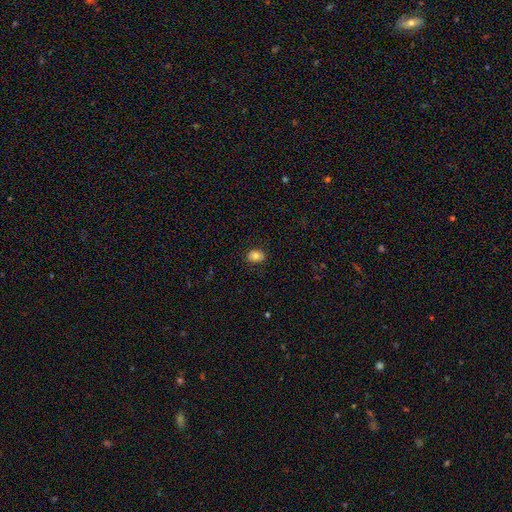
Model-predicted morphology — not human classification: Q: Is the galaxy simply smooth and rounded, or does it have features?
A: smooth — 79%.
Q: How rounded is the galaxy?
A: in between — 64%.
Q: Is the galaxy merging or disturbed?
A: none — 86%.